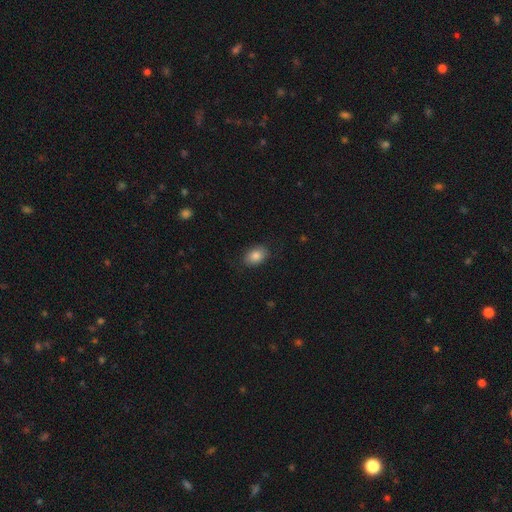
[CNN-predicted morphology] A smooth galaxy with no disk features (85%) that is in between round and cigar-shaped (82%). Merging: none (84%).